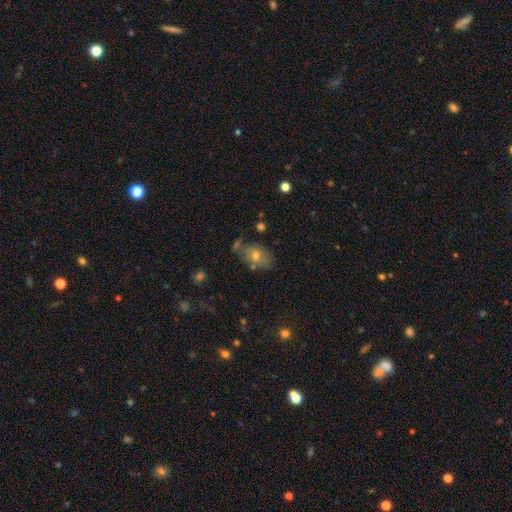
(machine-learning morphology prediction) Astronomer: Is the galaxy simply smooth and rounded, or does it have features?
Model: smooth — 62%.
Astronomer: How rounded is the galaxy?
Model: in between — 83%.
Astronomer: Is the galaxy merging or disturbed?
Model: none — 61%.